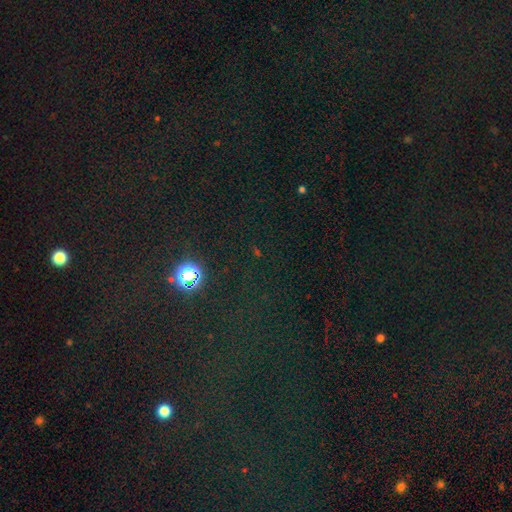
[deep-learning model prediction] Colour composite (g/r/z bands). It shows a star or artifact, not a galaxy (74%).